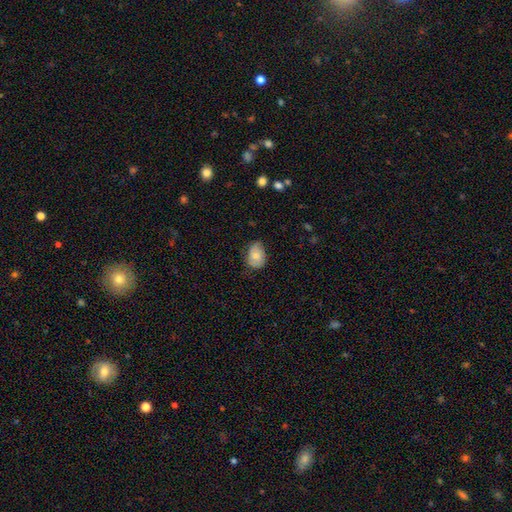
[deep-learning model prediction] Smooth or featured?
  - smooth: 72% *
  - featured or disk: 21%
  - star or artifact: 7%
How rounded?
  - in between: 75% *
  - round: 24%
  - cigar-shaped: 1%
Merging?
  - none: 58% *
  - minor disturbance: 33%
  - major disturbance: 7%
  - merger: 1%